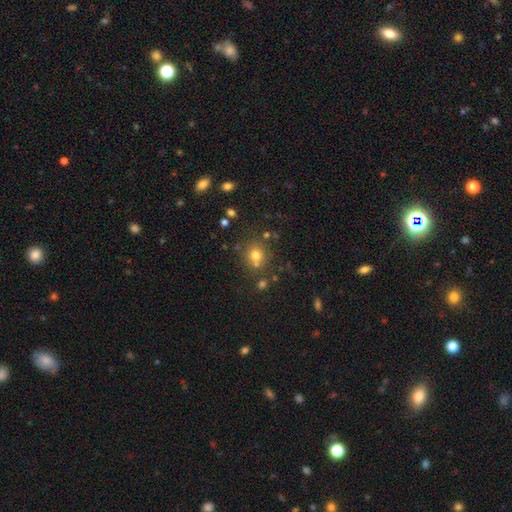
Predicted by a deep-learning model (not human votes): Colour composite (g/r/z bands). It shows a smooth galaxy with no disk features (72%) that is round (80%). Merging: none (68%).